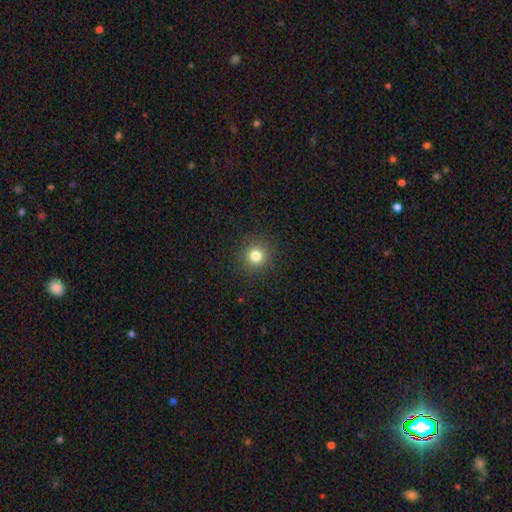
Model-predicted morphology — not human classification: A smooth galaxy with no disk features (80%) that is round (92%). Merging: none (91%).